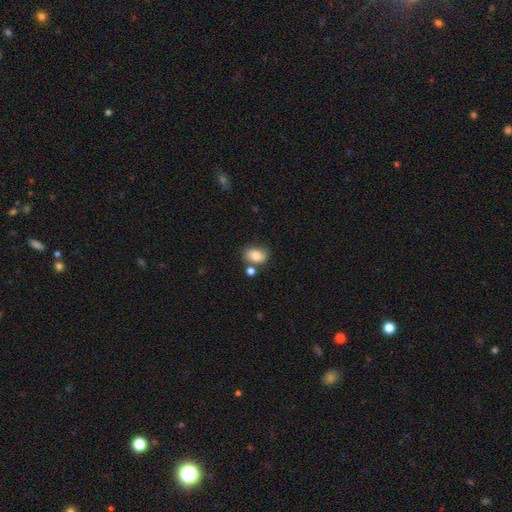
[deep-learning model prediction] Smooth or featured? Predicted: smooth (p=0.83). How rounded? Predicted: in between (p=0.78). Merging? Predicted: none (p=0.64).